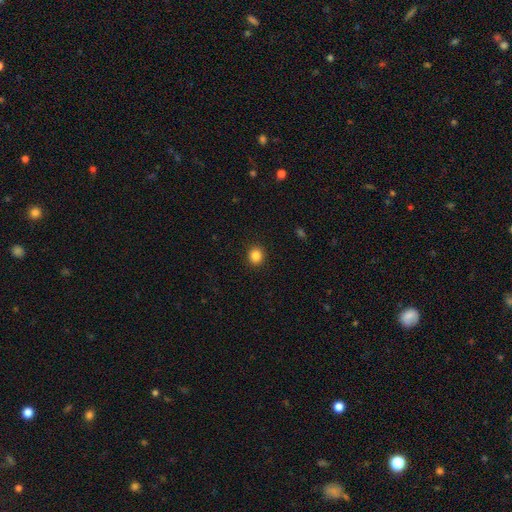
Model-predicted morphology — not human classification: This is clearly a smooth galaxy (86%). How rounded: clearly round (83%). Merging: clearly none (92%).